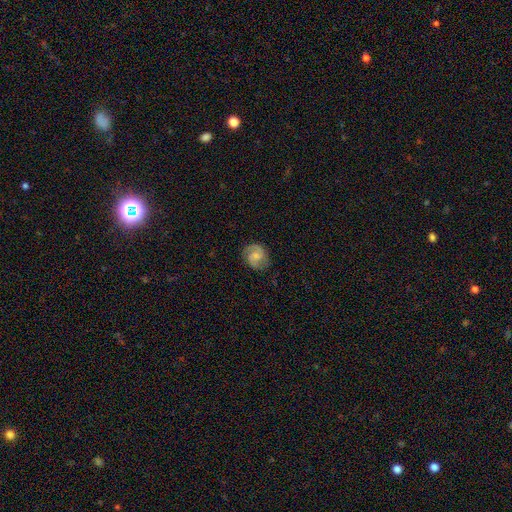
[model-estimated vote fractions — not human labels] This appears to be a featured or disk galaxy (77%) with a weak bar (47%), 2 (90%) medium (53%) spiral arms (96%) and a small central bulge (39%). Merging: none (81%).